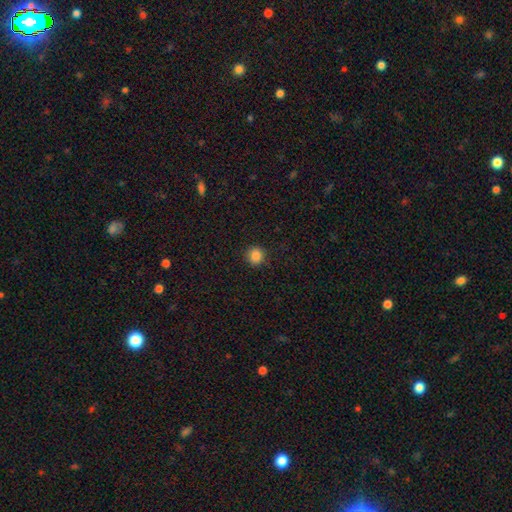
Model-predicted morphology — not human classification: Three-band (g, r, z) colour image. It shows a smooth galaxy with no disk features (86%) that is round (92%). Merging: none (90%).